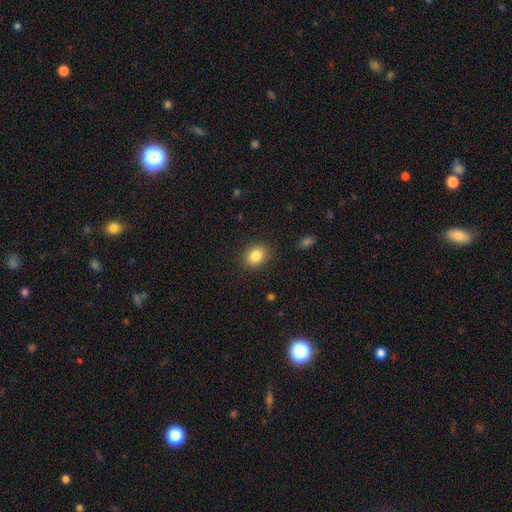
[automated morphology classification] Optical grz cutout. It shows a smooth galaxy with no disk features (84%) that is in between round and cigar-shaped (51%). Merging: none (87%).